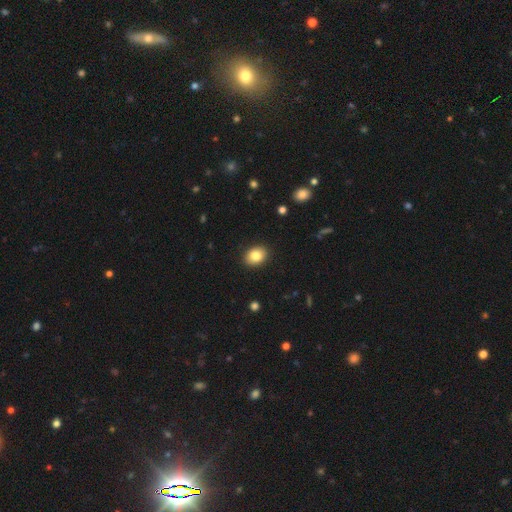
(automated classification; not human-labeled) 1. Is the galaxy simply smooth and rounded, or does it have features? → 84% smooth, 8% star or artifact, 7% featured or disk.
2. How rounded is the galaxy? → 67% in between, 33% round, 1% cigar-shaped.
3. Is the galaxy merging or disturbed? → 90% none, 7% minor disturbance, 2% major disturbance, 1% merger.